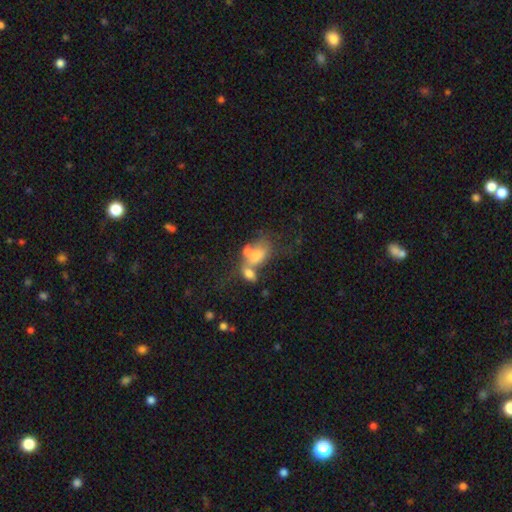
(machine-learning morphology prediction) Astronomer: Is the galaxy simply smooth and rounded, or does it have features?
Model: smooth — 65%.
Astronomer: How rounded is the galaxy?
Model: in between — 81%.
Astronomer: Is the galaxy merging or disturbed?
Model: merger — 54%.